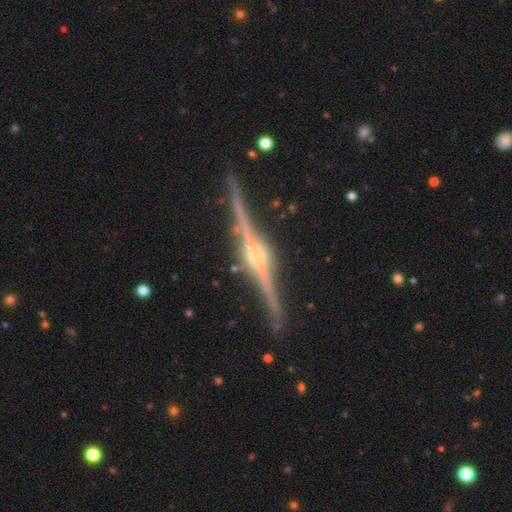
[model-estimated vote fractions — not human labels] A featured or disk galaxy (91%) viewed edge-on (98%) with a rounded central bulge (79%). Merging: none (89%).